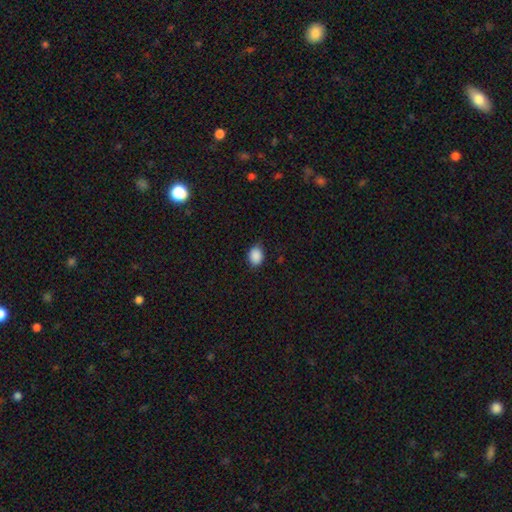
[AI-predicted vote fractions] This is clearly a smooth galaxy (89%). How rounded: likely in between (65%). Merging: clearly none (81%).